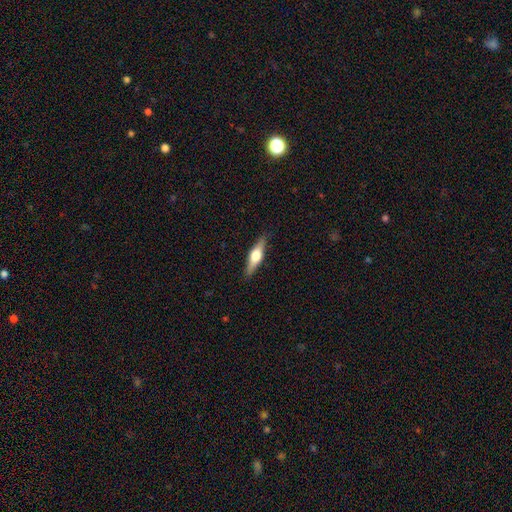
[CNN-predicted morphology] smooth_or_featured: featured or disk (p=0.56) [alt: smooth p=0.39]
disk_edge_on: yes (p=0.95) [alt: no p=0.05]
edge_on_bulge: rounded (p=0.94) [alt: boxy p=0.04]
merging: none (p=0.88) [alt: minor disturbance p=0.09]